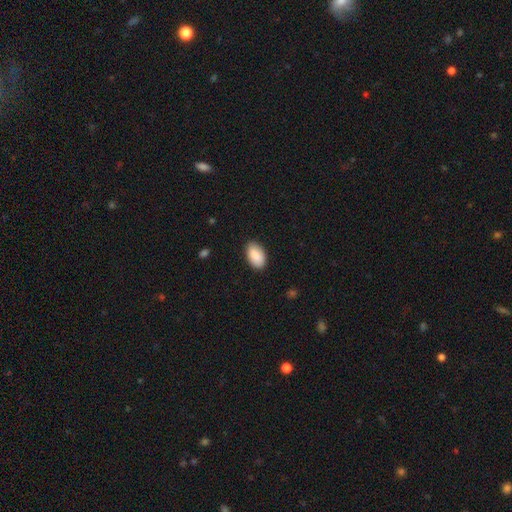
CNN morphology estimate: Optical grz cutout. It shows a smooth galaxy with no disk features (90%) that is in between round and cigar-shaped (95%). Merging: none (86%).